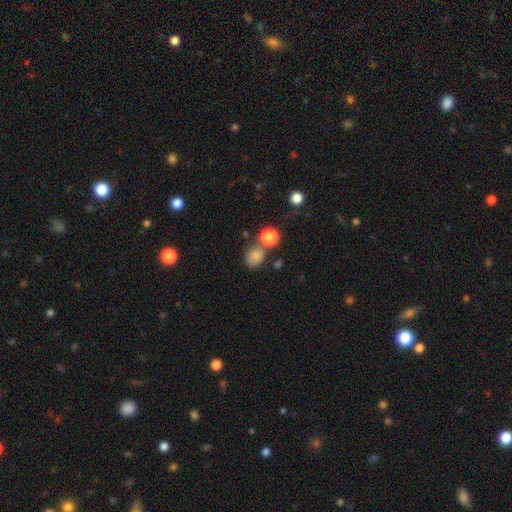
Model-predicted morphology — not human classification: Overall: smooth (81%). How rounded: round (65%; in between 34%). Merging: none (58%; merger 21%).